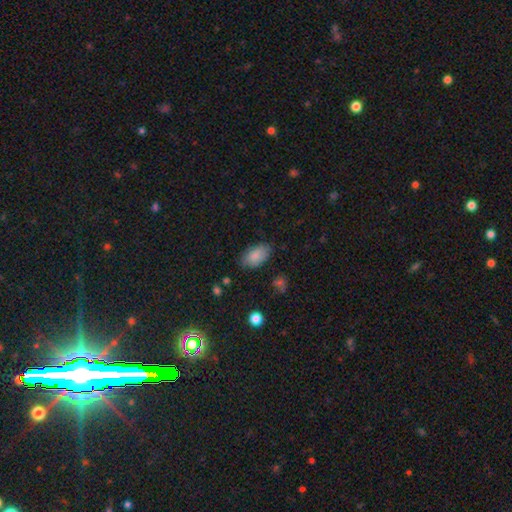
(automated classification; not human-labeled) Smooth or featured? smooth (84%)
How rounded? in between (94%)
Merging? none (78%)